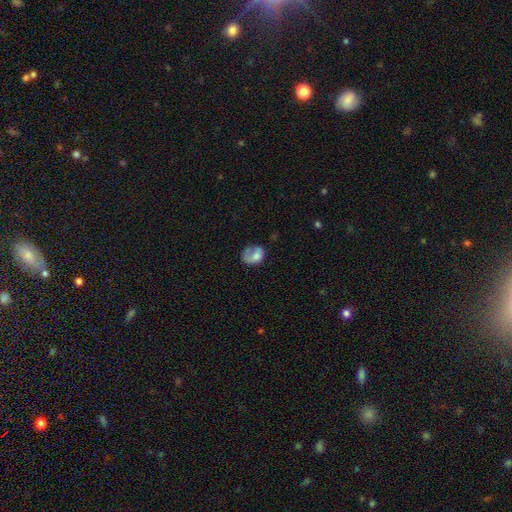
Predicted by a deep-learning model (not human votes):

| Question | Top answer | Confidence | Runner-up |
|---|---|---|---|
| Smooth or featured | smooth | 64% | featured or disk (27%) |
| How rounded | in between | 56% | round (42%) |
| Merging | none | 34% | major disturbance (33%) |